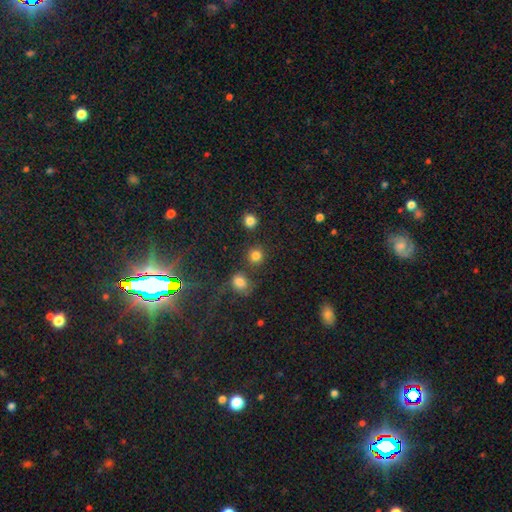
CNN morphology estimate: Q: Smooth or featured?
A: smooth (81%); runner-up: star or artifact (14%)
Q: How rounded?
A: round (90%); runner-up: in between (9%)
Q: Merging?
A: none (79%); runner-up: merger (10%)